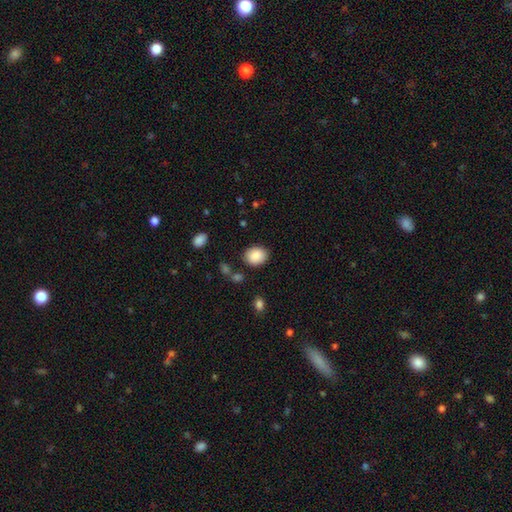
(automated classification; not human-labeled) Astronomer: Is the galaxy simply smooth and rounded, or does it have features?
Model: smooth — 88%.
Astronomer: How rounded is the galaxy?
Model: round — 51% (runner-up: in between, 48%).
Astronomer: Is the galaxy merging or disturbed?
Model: none — 83%.